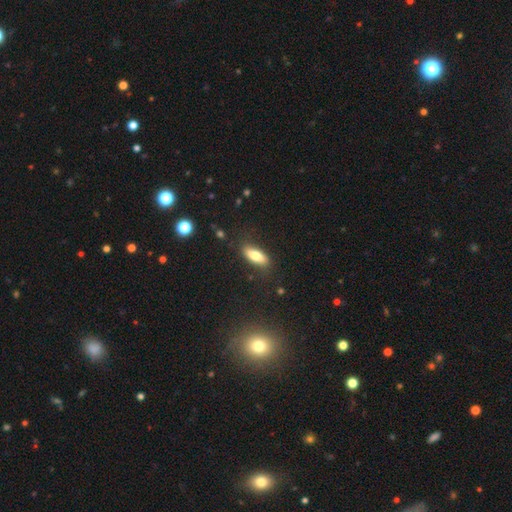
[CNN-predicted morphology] Smooth or featured? Predicted: smooth (p=0.76). How rounded? Predicted: in between (p=0.67). Merging? Predicted: none (p=0.82).